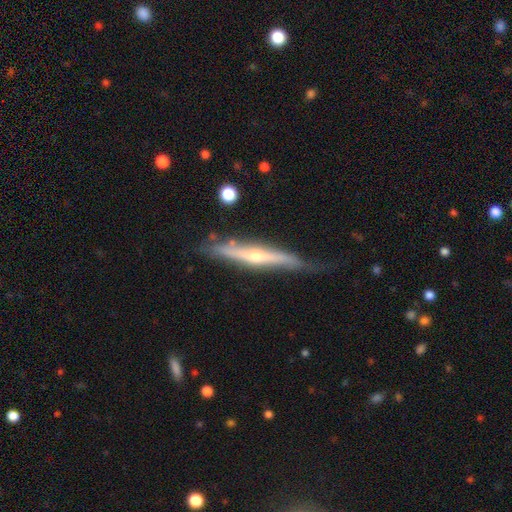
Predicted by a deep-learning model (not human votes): A featured or disk galaxy (73%) viewed edge-on (91%) with a rounded central bulge (82%).

Vote fractions:
- Smooth or featured? featured or disk: 73% / smooth: 22% / star or artifact: 5%
- Edge-on disk? yes: 91% / no: 9%
- Edge-on bulge? rounded: 82% / none: 14% / boxy: 4%
- Merging? none: 63% / minor disturbance: 27% / major disturbance: 7% / merger: 3%